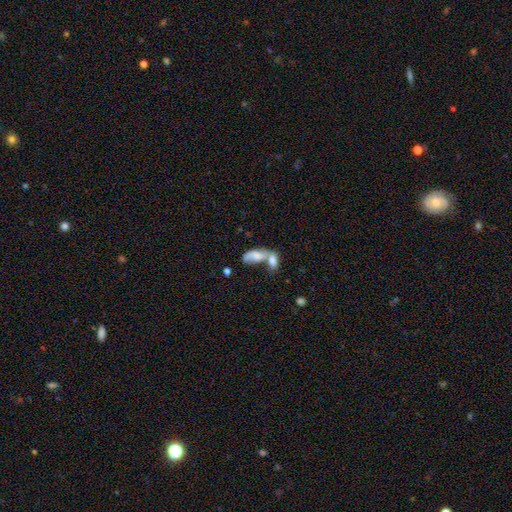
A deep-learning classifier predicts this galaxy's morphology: type=smooth (69%); roundness=in between (87%); merging=merger (69%).